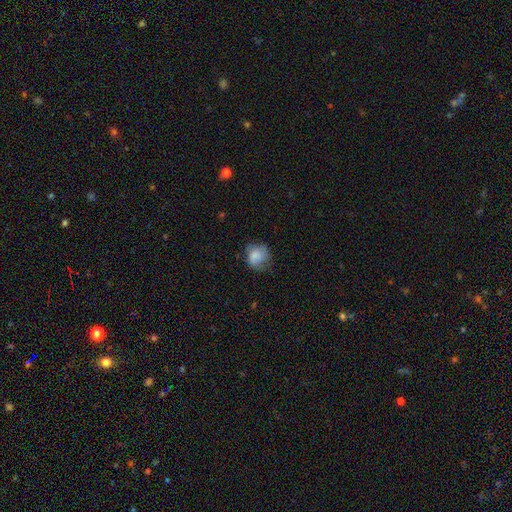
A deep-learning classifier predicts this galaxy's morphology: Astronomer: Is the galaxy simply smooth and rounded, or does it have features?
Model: smooth — 74%.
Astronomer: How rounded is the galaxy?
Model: round — 71%.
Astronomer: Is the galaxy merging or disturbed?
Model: none — 53% (runner-up: minor disturbance, 30%).